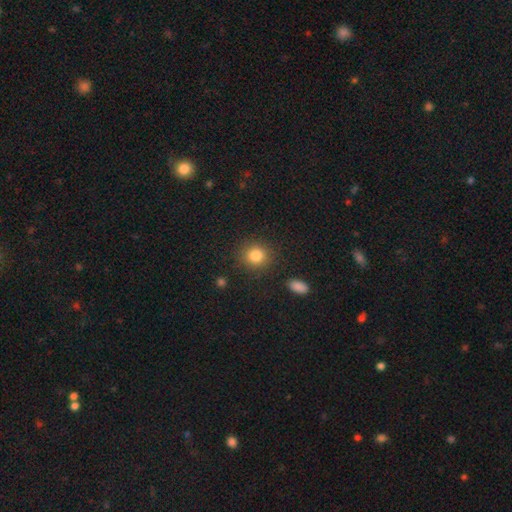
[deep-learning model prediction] Smooth or featured? smooth (83%)
How rounded? round (87%)
Merging? none (88%)